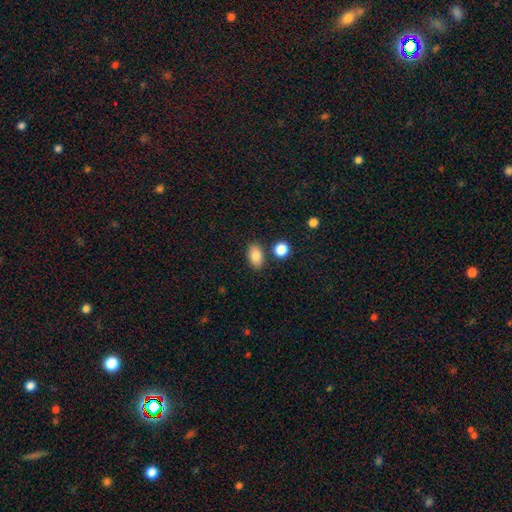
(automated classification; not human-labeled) Morphology: type=smooth (85%); roundness=in between (87%); merging=none (82%).